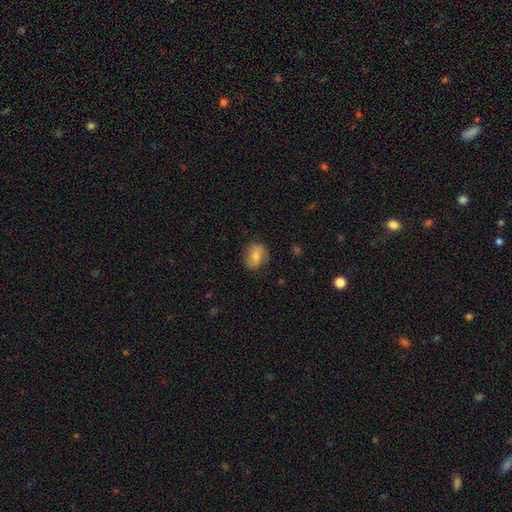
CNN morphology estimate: A smooth galaxy with no disk features (68%) that is round (53%).

Vote fractions:
- Smooth or featured? smooth: 68% / featured or disk: 24% / star or artifact: 8%
- How rounded? round: 53% / in between: 46% / cigar-shaped: 1%
- Merging? none: 79% / minor disturbance: 16% / major disturbance: 4% / merger: 1%